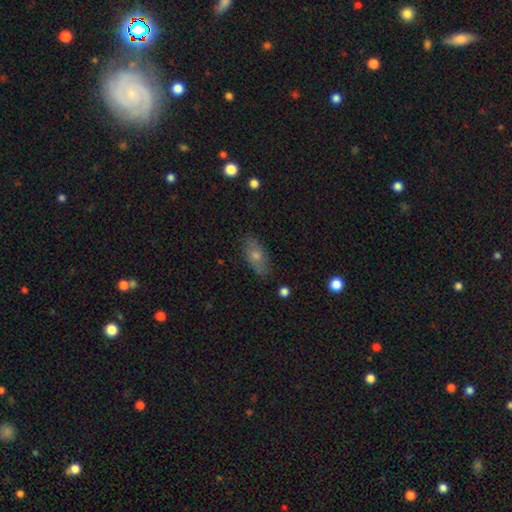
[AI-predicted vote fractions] smooth 55%, featured or disk 33%, star or artifact 12%. Down the decision tree: how rounded — in between (79%); merging — none (82%).